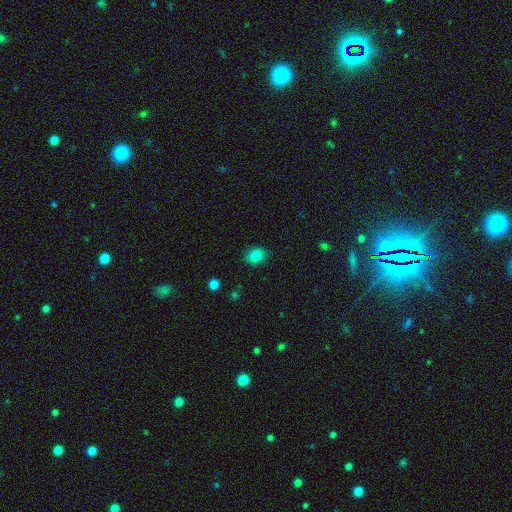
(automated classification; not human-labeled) This appears to be a smooth galaxy with no disk features (83%) that is in between round and cigar-shaped (53%). Merging: none (86%).